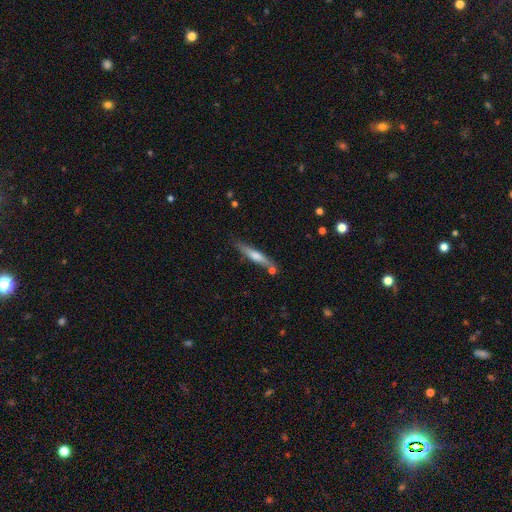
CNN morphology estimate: smooth_or_featured: featured or disk (p=0.48) [alt: smooth p=0.46]
merging: none (p=0.78) [alt: minor disturbance p=0.13]